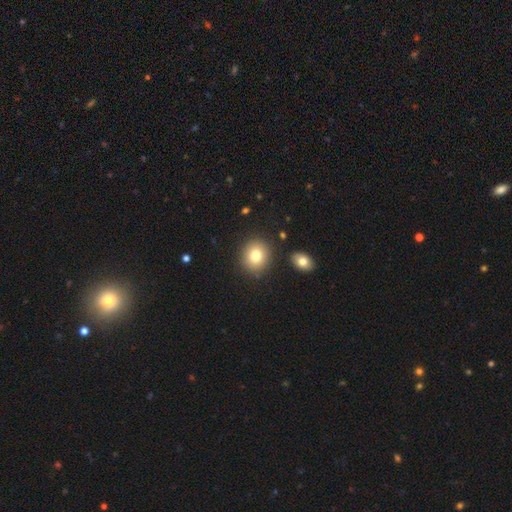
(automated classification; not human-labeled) A smooth galaxy with no disk features (80%) that is round (79%).

Vote fractions:
- Smooth or featured? smooth: 80% / featured or disk: 10% / star or artifact: 10%
- How rounded? round: 79% / in between: 20% / cigar-shaped: 1%
- Merging? none: 85% / minor disturbance: 8% / merger: 5% / major disturbance: 3%